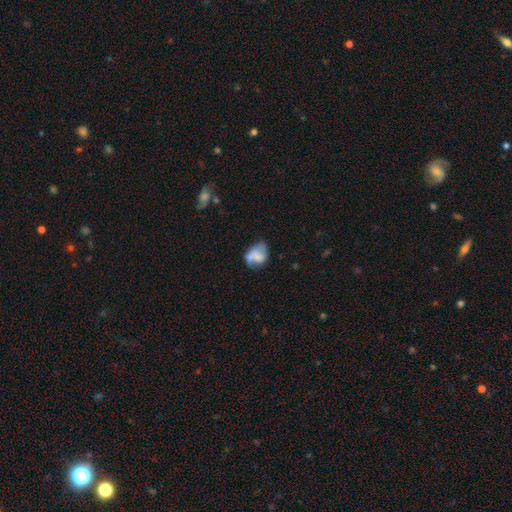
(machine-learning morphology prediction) A smooth galaxy with no disk features (54%) that is in between round and cigar-shaped (66%).

Vote fractions:
- Smooth or featured? smooth: 54% / featured or disk: 38% / star or artifact: 9%
- How rounded? in between: 66% / round: 33% / cigar-shaped: 1%
- Merging? none: 34% / minor disturbance: 27% / merger: 20% / major disturbance: 18%